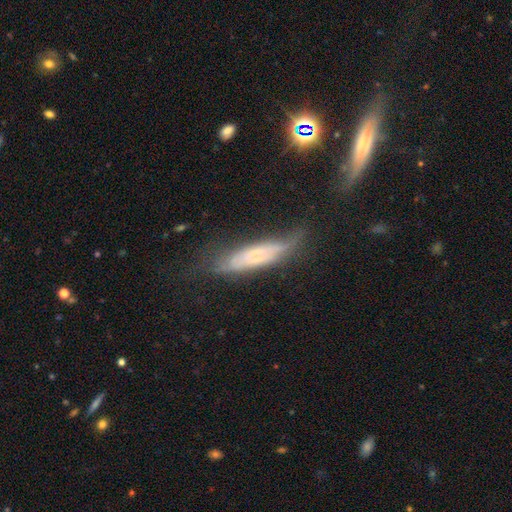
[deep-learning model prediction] The model was most divided on "smooth or featured": smooth: 50%, featured or disk: 40%, star or artifact: 10%. More confident: merging — none (52%).